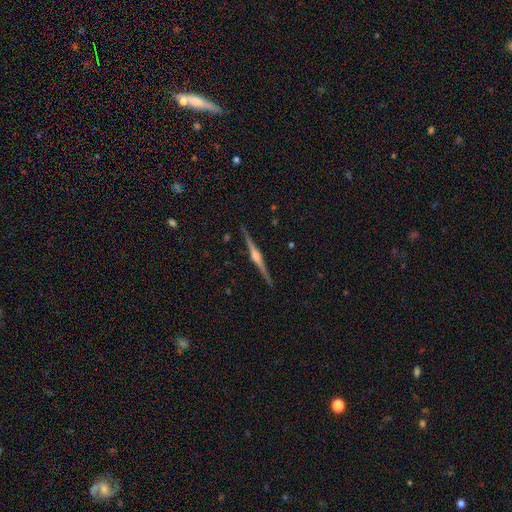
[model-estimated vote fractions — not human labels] Q: Smooth or featured?
A: featured or disk (85%); runner-up: smooth (9%)
Q: Edge-on disk?
A: yes (99%); runner-up: no (1%)
Q: Edge-on bulge?
A: rounded (83%); runner-up: boxy (12%)
Q: Merging?
A: none (91%); runner-up: minor disturbance (6%)